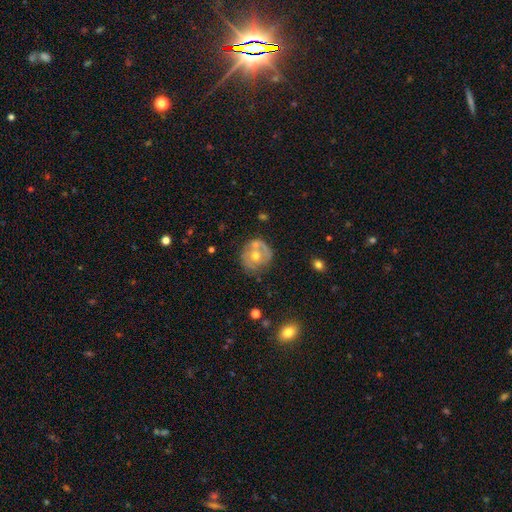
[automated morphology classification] smooth-or-featured: featured or disk: 54% | smooth: 37% | star or artifact: 9%
  disk-edge-on: no: 96% | yes: 4%
    bar: no: 83% | weak: 13% | strong: 4%
    has-spiral-arms: no: 61% | yes: 39%
    bulge-size: moderate: 69% | small: 26% | large: 3% | none: 1% | dominant: 1%
  merging: none: 61% | minor disturbance: 18% | merger: 14% | major disturbance: 7%